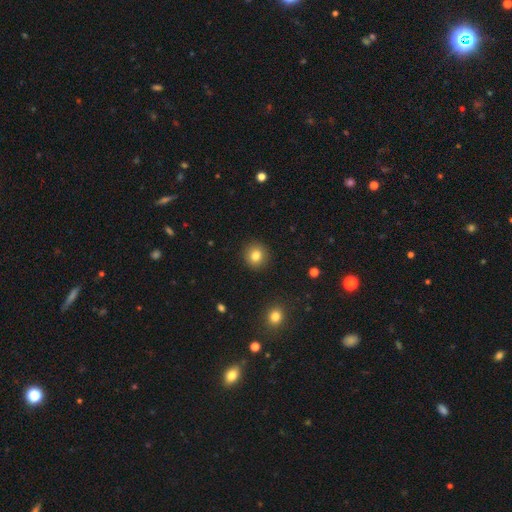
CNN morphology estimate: Overall: smooth (82%). How rounded: round (90%). Merging: none (91%).